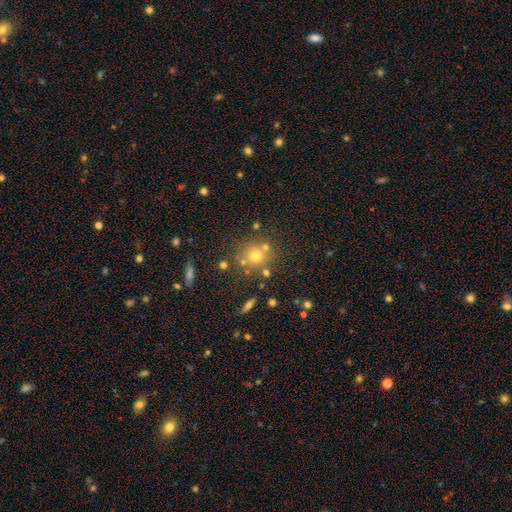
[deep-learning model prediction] smooth 65%, star or artifact 21%, featured or disk 14%. Down the decision tree: how rounded — round (86%); merging — none (69%).